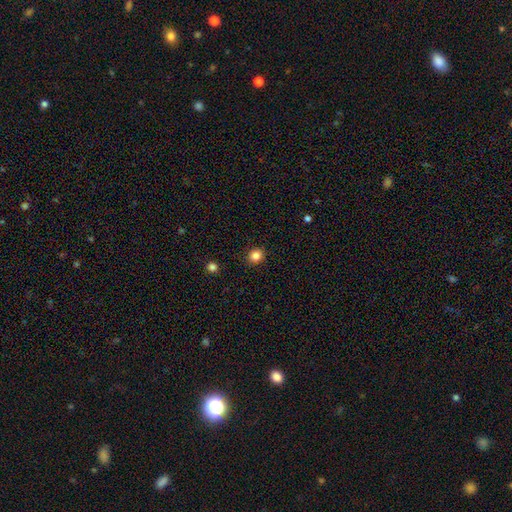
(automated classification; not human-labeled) Morphology: type=smooth (85%); roundness=round (81%); merging=none (91%).